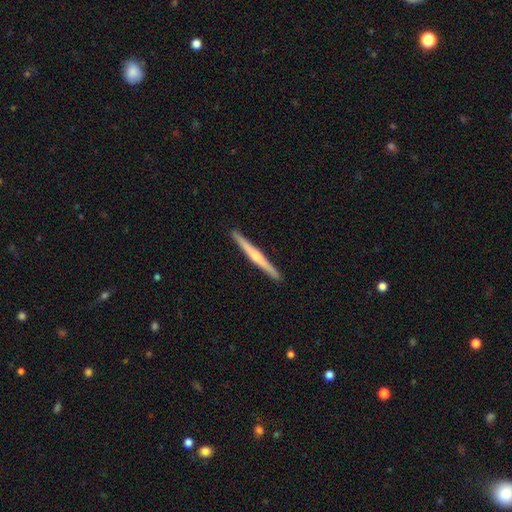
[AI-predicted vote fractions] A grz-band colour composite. It shows a featured or disk galaxy (65%) viewed edge-on (98%) with a rounded central bulge (68%). Merging: none (93%).